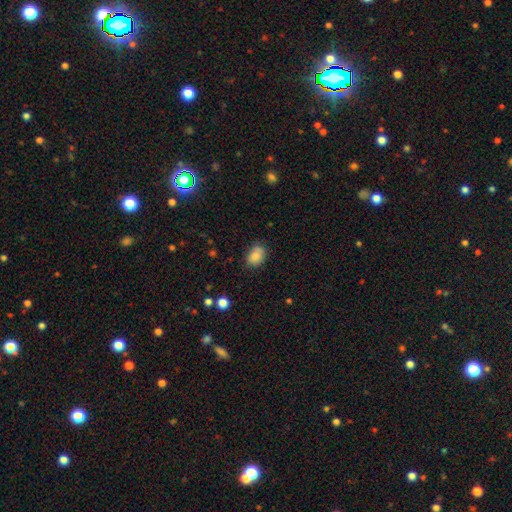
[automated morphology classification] smooth 85%, star or artifact 9%, featured or disk 6%. Down the decision tree: how rounded — in between (74%); merging — none (71%).